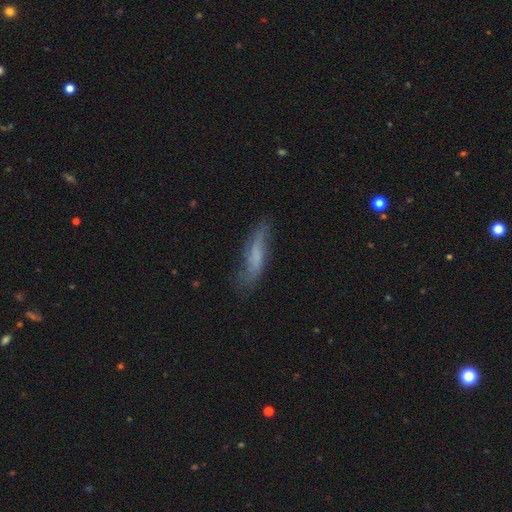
Smooth or featured? 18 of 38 (47%, tied with featured or disk) said smooth. How rounded? 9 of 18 (50%) said cigar-shaped. Merging? 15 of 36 (42%) said minor disturbance.